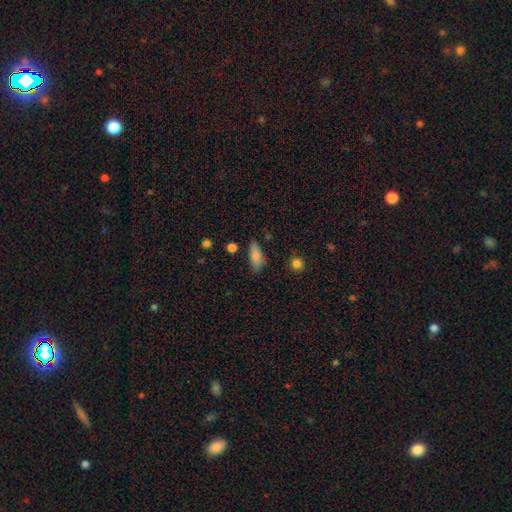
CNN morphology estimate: Smooth or featured? smooth (82%)
How rounded? in between (71%)
Merging? none (78%)